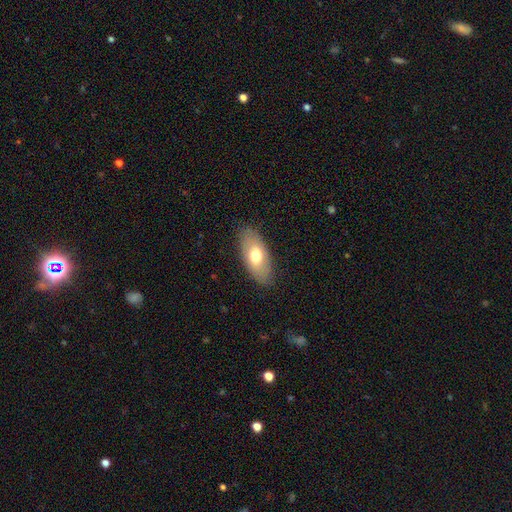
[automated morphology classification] Smooth or featured? smooth (65%)
How rounded? in between (89%)
Merging? none (85%)